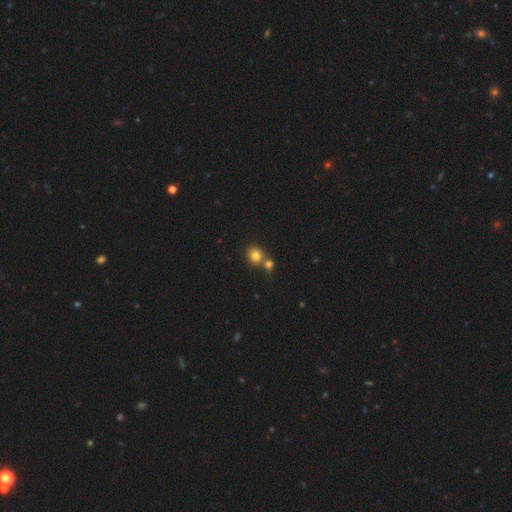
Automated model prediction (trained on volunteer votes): This appears to be a smooth galaxy with no disk features (81%) that is round (80%). Merging: none (52%).